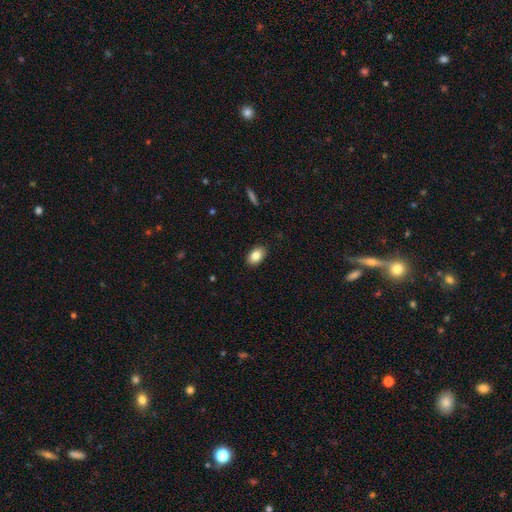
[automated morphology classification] A smooth galaxy with no disk features (84%) that is in between round and cigar-shaped (89%). Merging: none (89%).